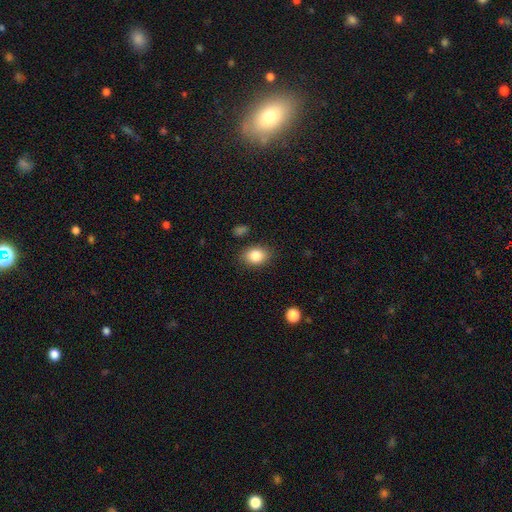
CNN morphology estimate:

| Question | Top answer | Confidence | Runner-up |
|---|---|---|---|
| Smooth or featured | smooth | 85% | star or artifact (8%) |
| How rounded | in between | 71% | round (28%) |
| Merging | none | 85% | minor disturbance (11%) |